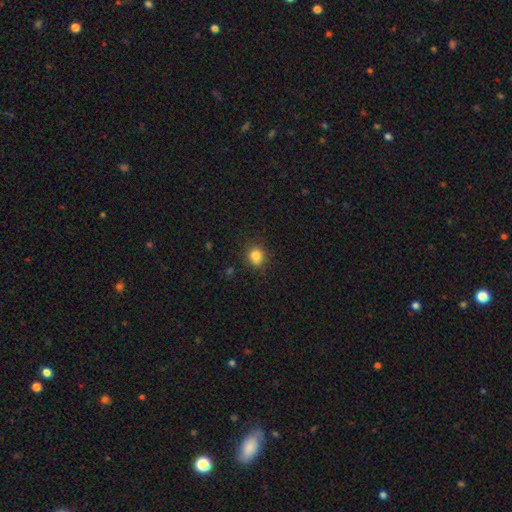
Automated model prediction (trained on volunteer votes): smooth 81%, star or artifact 12%, featured or disk 7%. Down the decision tree: how rounded — round (83%); merging — none (75%).